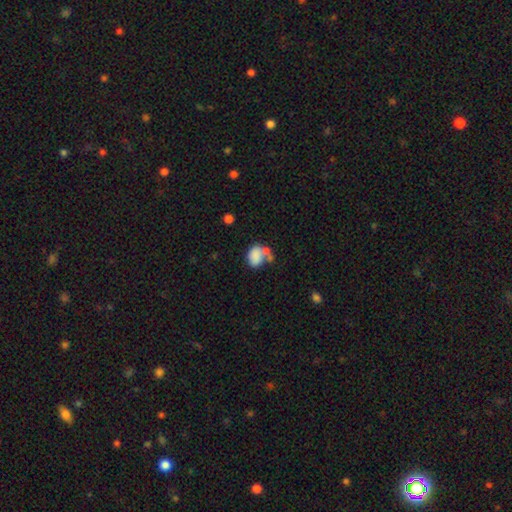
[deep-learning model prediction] This appears to be a smooth galaxy with no disk features (79%) that is in between round and cigar-shaped (70%). Merging: merger (40%).